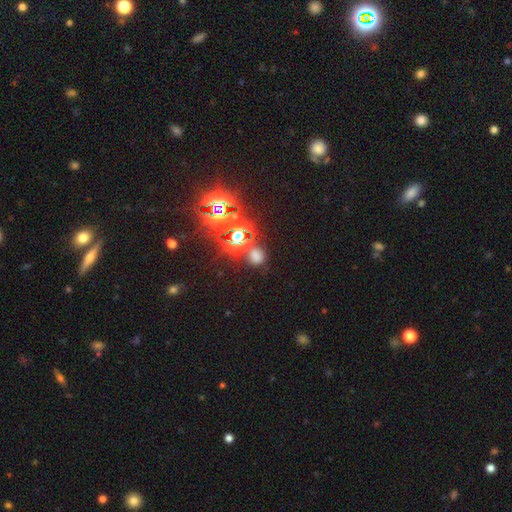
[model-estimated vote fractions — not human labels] Smooth or featured? Predicted: smooth (p=0.56). How rounded? Predicted: round (p=0.78). Merging? Predicted: none (p=0.75).